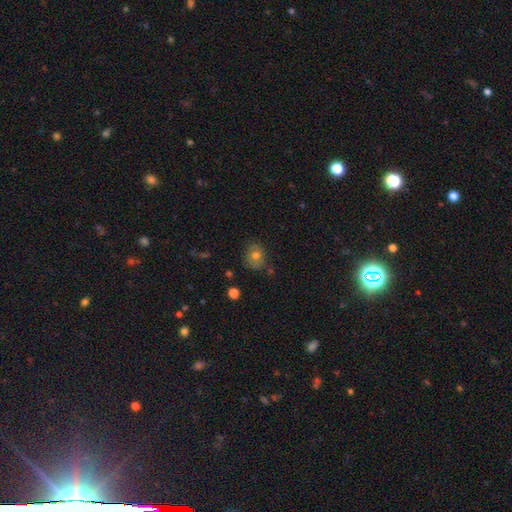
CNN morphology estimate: This appears to be a smooth galaxy with no disk features (69%) that is round (62%). Merging: none (74%).